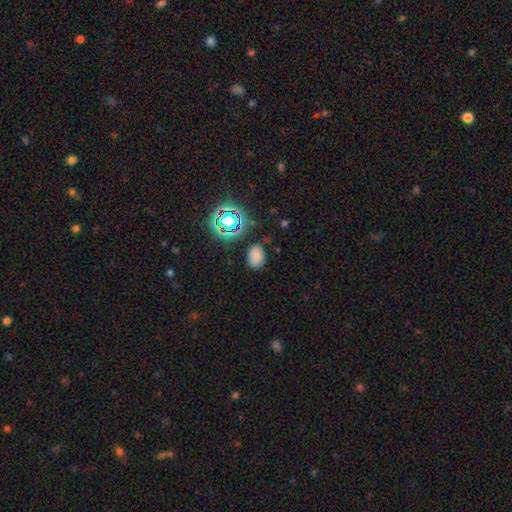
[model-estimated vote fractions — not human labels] This is likely a smooth galaxy (71%). How rounded: likely in between (75%). Merging: likely none (78%).